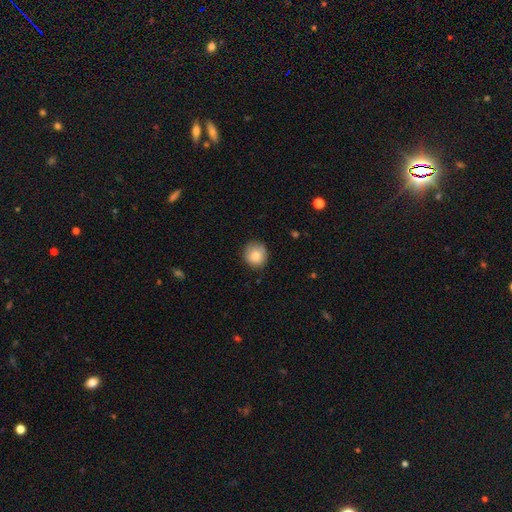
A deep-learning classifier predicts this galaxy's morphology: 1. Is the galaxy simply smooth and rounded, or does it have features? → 84% smooth, 8% featured or disk, 8% star or artifact.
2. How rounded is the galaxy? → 89% round, 10% in between, 1% cigar-shaped.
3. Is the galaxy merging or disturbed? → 82% none, 14% minor disturbance, 3% major disturbance, 1% merger.